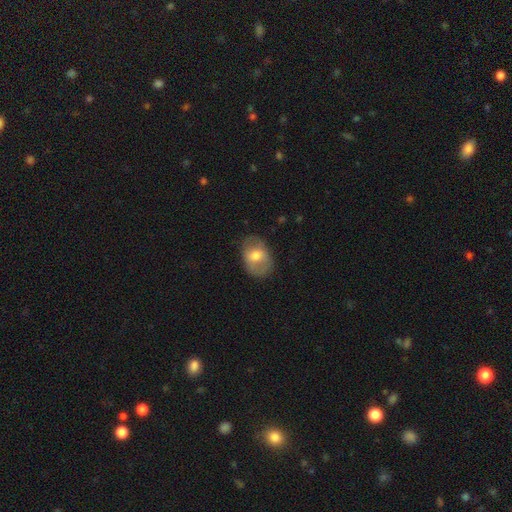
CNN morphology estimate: Smooth or featured? Predicted: smooth (p=0.58). How rounded? Predicted: in between (p=0.77). Merging? Predicted: none (p=0.75).